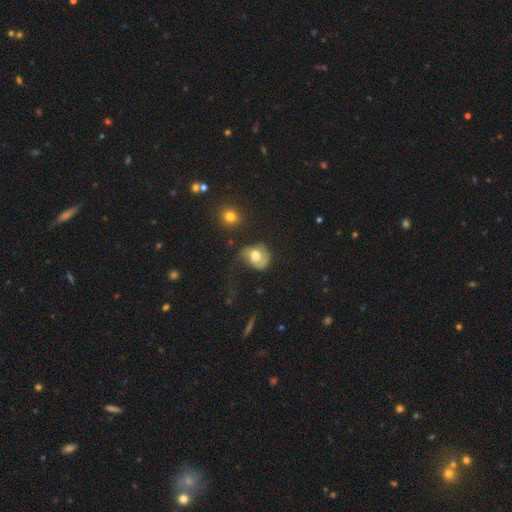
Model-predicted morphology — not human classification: A smooth galaxy with no disk features (47%).

Vote fractions:
- Smooth or featured? smooth: 47% / featured or disk: 45% / star or artifact: 8%
- Merging? none: 39% / minor disturbance: 29% / major disturbance: 28% / merger: 4%